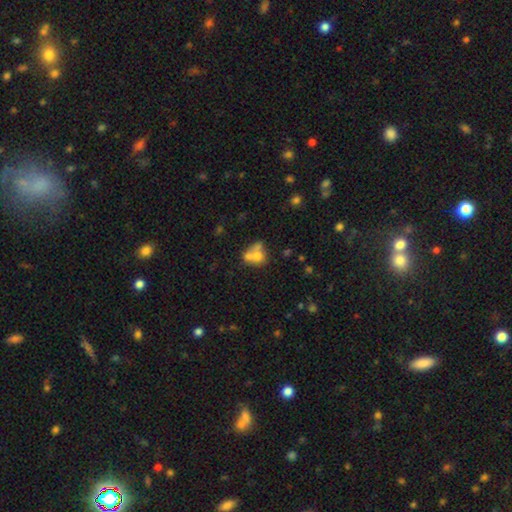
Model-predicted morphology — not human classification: A smooth galaxy with no disk features (62%) that is round (53%).

Vote fractions:
- Smooth or featured? smooth: 62% / featured or disk: 26% / star or artifact: 12%
- How rounded? round: 53% / in between: 45% / cigar-shaped: 1%
- Merging? merger: 59% / none: 24% / minor disturbance: 10% / major disturbance: 7%